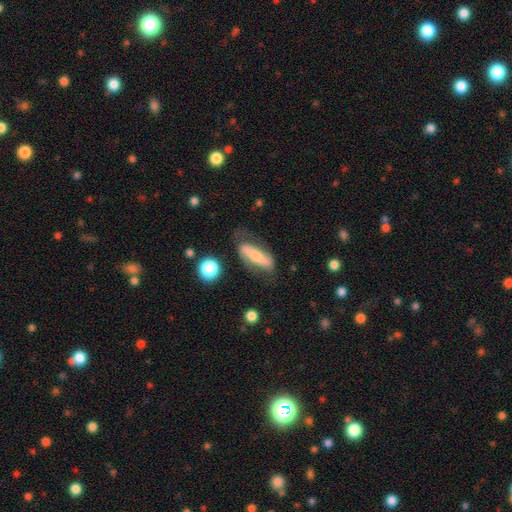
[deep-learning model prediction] This is possibly a featured or disk galaxy (48%). Merging: likely none (62%).